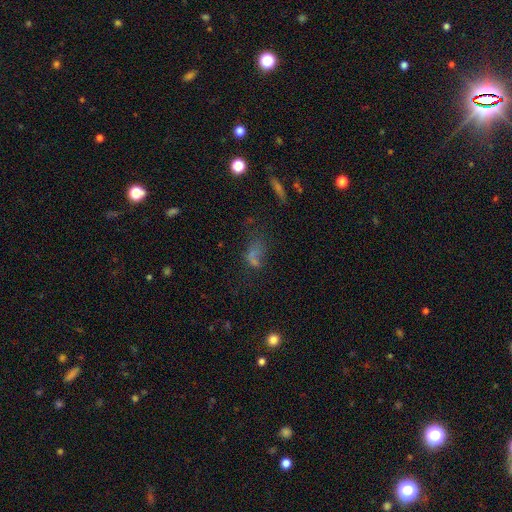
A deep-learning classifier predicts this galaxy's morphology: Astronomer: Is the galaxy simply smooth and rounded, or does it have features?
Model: smooth — 46% (runner-up: star or artifact, 33%).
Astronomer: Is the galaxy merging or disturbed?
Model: none — 41% (runner-up: major disturbance, 27%).